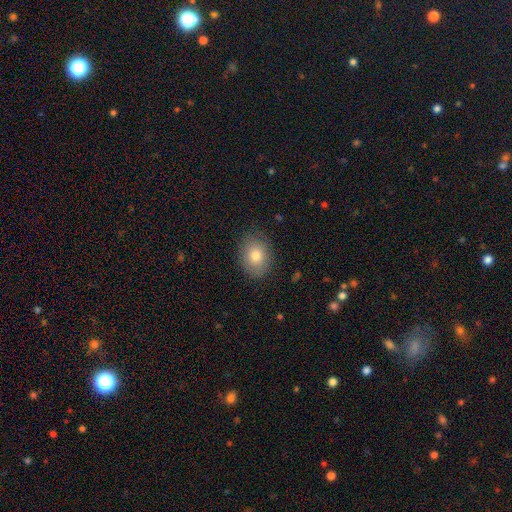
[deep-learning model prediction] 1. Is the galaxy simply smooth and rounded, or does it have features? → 80% smooth, 12% featured or disk, 8% star or artifact.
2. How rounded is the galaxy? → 60% in between, 39% round, 1% cigar-shaped.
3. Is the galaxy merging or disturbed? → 83% none, 13% minor disturbance, 3% major disturbance, 1% merger.